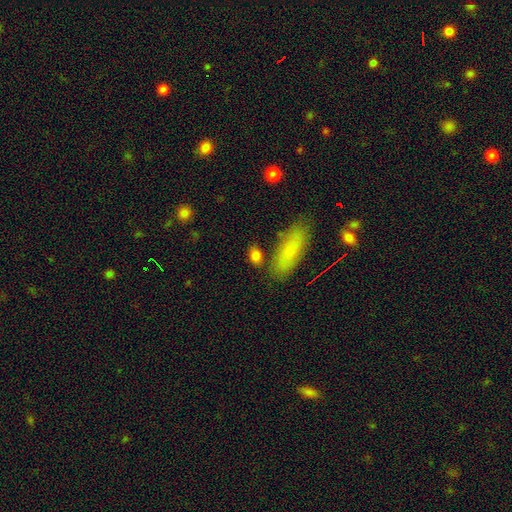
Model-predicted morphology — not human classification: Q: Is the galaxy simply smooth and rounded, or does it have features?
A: smooth — 83%.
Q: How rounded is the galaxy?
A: in between — 81%.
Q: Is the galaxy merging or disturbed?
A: none — 71%.